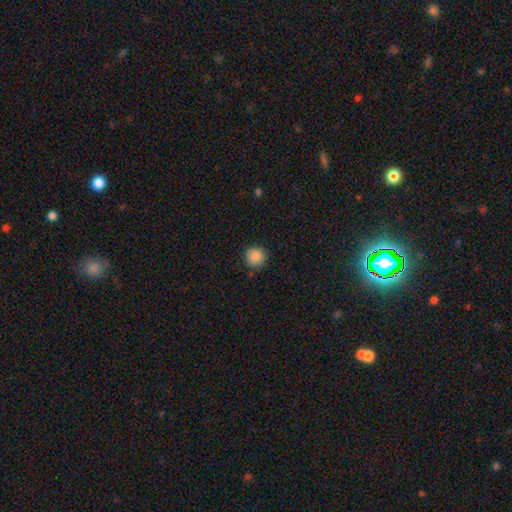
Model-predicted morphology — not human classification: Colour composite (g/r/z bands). It shows a smooth galaxy with no disk features (88%) that is round (95%). Merging: none (87%).